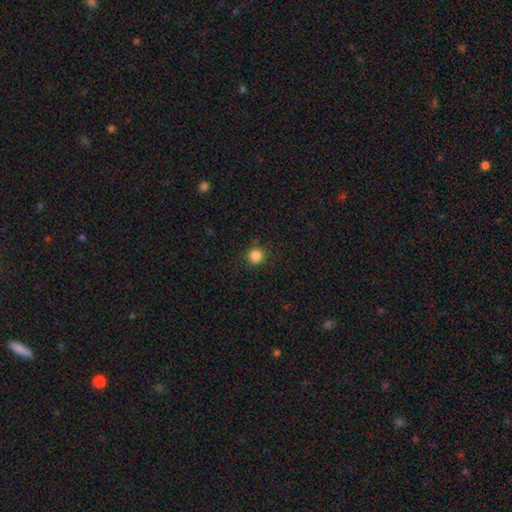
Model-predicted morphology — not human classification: Smooth or featured?
  - smooth: 85% *
  - star or artifact: 11%
  - featured or disk: 4%
How rounded?
  - round: 94% *
  - in between: 5%
  - cigar-shaped: 1%
Merging?
  - none: 88% *
  - minor disturbance: 8%
  - major disturbance: 3%
  - merger: 1%